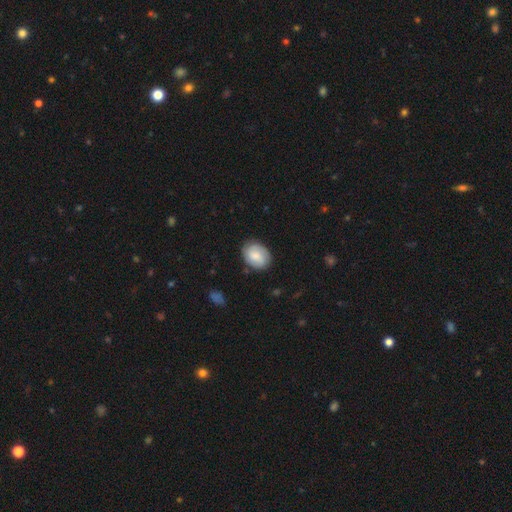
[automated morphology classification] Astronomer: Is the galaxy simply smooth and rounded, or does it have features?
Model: smooth — 69%.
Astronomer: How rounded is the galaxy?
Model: in between — 63%.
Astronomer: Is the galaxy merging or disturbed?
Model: none — 79%.